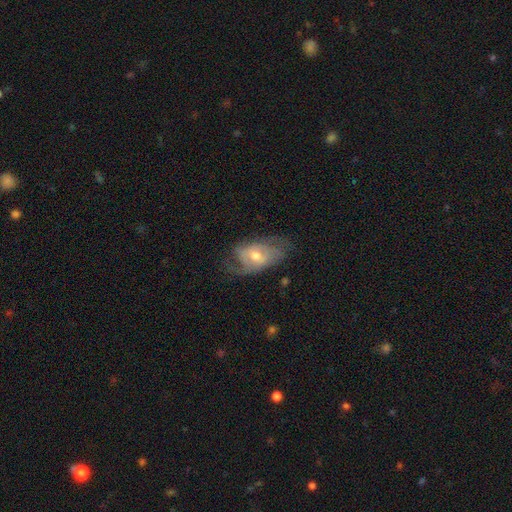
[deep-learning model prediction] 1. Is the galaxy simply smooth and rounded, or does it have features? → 67% featured or disk, 26% smooth, 7% star or artifact.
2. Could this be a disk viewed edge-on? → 93% no, 7% yes.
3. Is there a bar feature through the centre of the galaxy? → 62% no, 30% weak, 8% strong.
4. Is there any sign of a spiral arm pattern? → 78% yes, 22% no.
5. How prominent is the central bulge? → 66% moderate, 28% small, 4% large, 1% none, 1% dominant.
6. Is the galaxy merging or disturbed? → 53% none, 26% minor disturbance, 20% major disturbance, 2% merger.